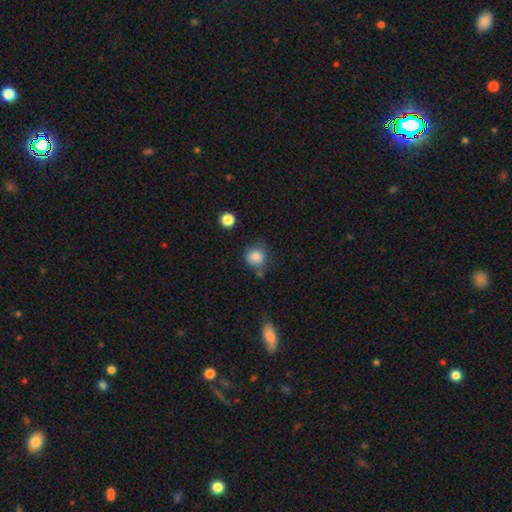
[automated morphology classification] This appears to be a smooth galaxy with no disk features (84%) that is round (86%). Merging: none (64%).